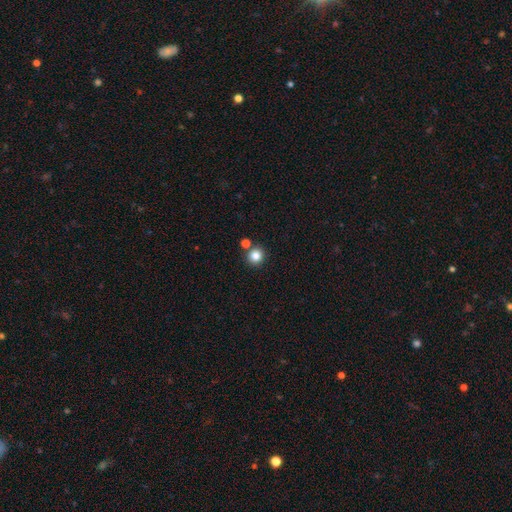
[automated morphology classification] Smooth or featured? Predicted: smooth (p=0.83). How rounded? Predicted: round (p=0.94). Merging? Predicted: none (p=0.80).